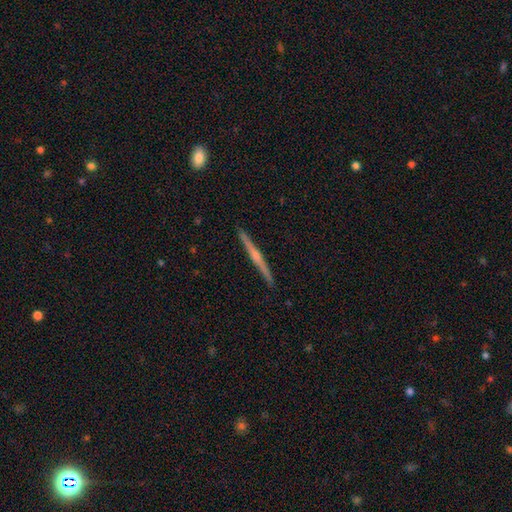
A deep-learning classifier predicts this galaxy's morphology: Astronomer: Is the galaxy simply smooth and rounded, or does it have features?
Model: featured or disk — 76%.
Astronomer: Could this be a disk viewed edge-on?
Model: yes — 98%.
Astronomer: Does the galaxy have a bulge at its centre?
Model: rounded — 71%.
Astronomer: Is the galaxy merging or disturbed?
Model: none — 92%.